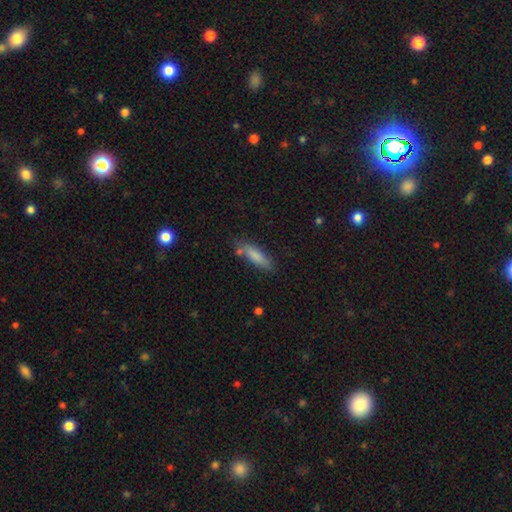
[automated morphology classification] Q: Smooth or featured?
A: smooth (81%); runner-up: featured or disk (12%)
Q: How rounded?
A: cigar-shaped (62%); runner-up: in between (37%)
Q: Merging?
A: none (71%); runner-up: minor disturbance (18%)